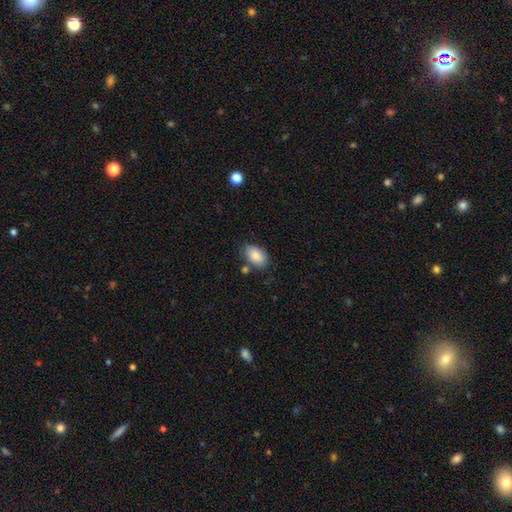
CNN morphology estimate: type=smooth (85%); roundness=in between (92%); merging=none (73%).